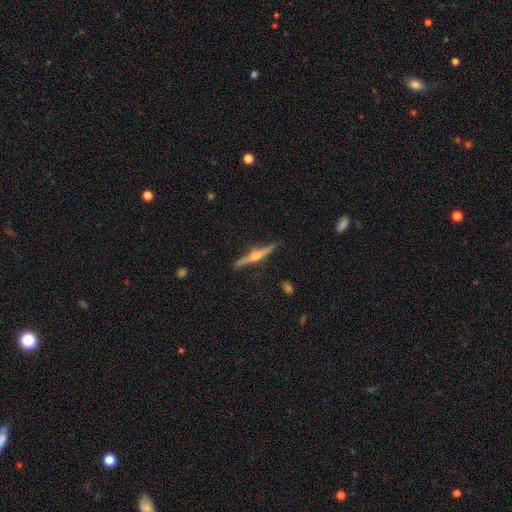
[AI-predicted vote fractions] smooth-or-featured: featured or disk: 79% | smooth: 16% | star or artifact: 6%
  disk-edge-on: yes: 98% | no: 2%
    edge-on-bulge: rounded: 94% | none: 3% | boxy: 3%
  merging: none: 89% | minor disturbance: 9% | major disturbance: 2% | merger: 1%